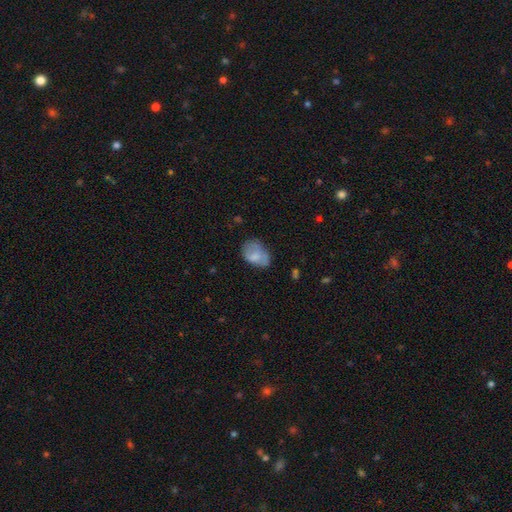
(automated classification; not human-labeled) A smooth galaxy with no disk features (70%) that is in between round and cigar-shaped (82%).

Vote fractions:
- Smooth or featured? smooth: 70% / featured or disk: 22% / star or artifact: 8%
- How rounded? in between: 82% / round: 16% / cigar-shaped: 1%
- Merging? none: 53% / minor disturbance: 31% / major disturbance: 13% / merger: 3%